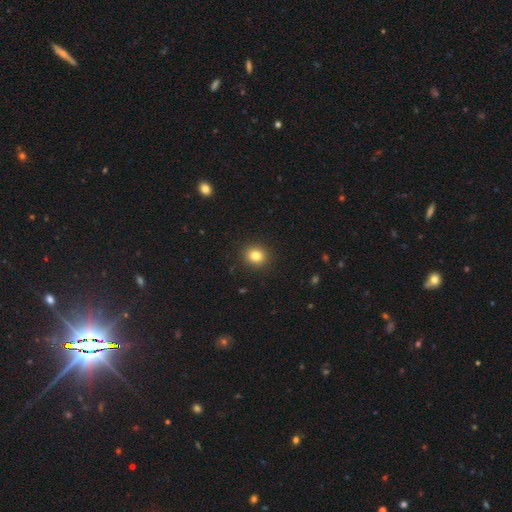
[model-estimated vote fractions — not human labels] Smooth or featured? Predicted: smooth (p=0.82). How rounded? Predicted: round (p=0.80). Merging? Predicted: none (p=0.91).